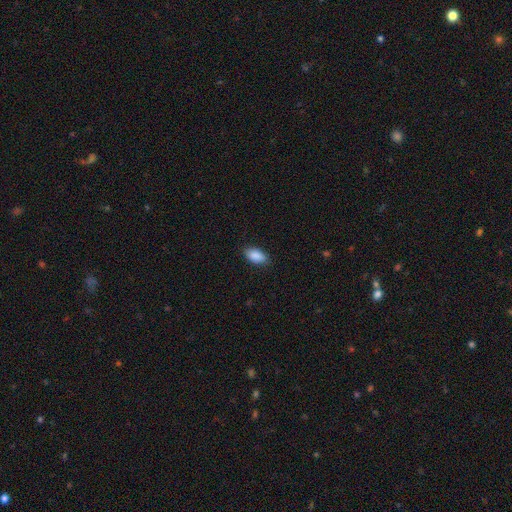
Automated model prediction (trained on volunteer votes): smooth 90%, star or artifact 7%, featured or disk 4%. Down the decision tree: how rounded — in between (93%); merging — none (87%).